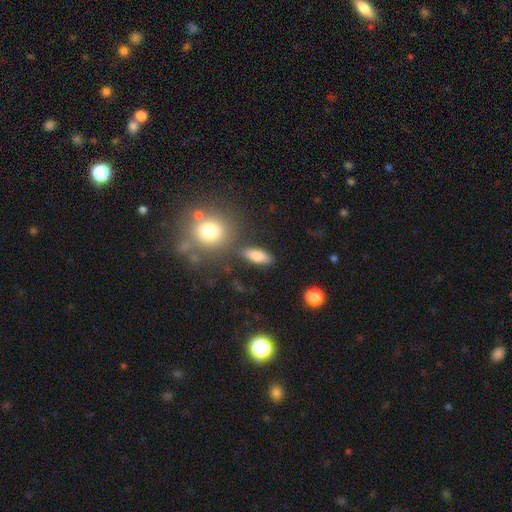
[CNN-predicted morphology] Smooth or featured?
  - smooth: 80% *
  - featured or disk: 11%
  - star or artifact: 9%
How rounded?
  - in between: 72% *
  - cigar-shaped: 22%
  - round: 6%
Merging?
  - none: 79% *
  - minor disturbance: 11%
  - merger: 6%
  - major disturbance: 4%